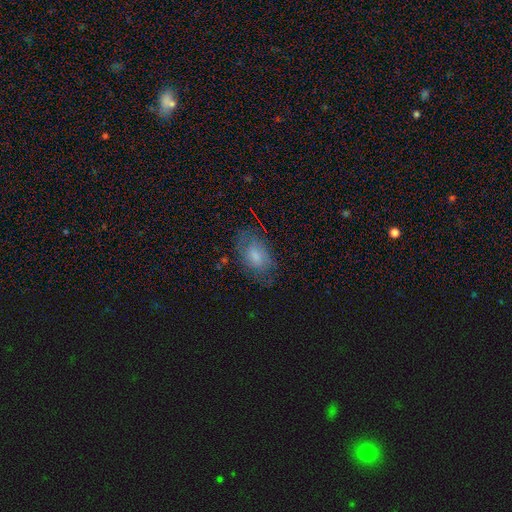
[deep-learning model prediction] smooth-or-featured: smooth: 61% | featured or disk: 29% | star or artifact: 9%
  how-rounded: in between: 89% | round: 9% | cigar-shaped: 2%
  merging: none: 67% | minor disturbance: 22% | major disturbance: 10% | merger: 1%